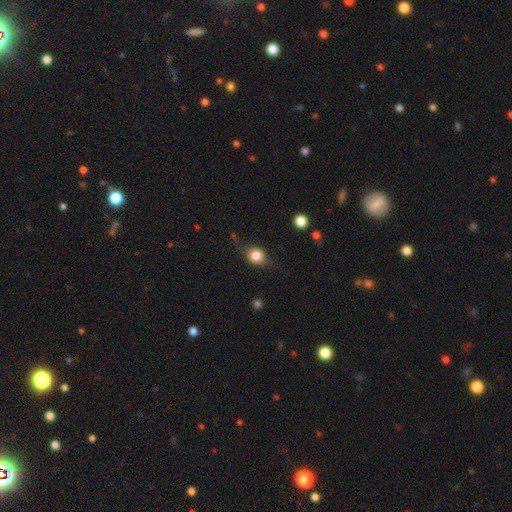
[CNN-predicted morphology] A smooth galaxy with no disk features (68%) that is round (63%). Merging: none (66%).